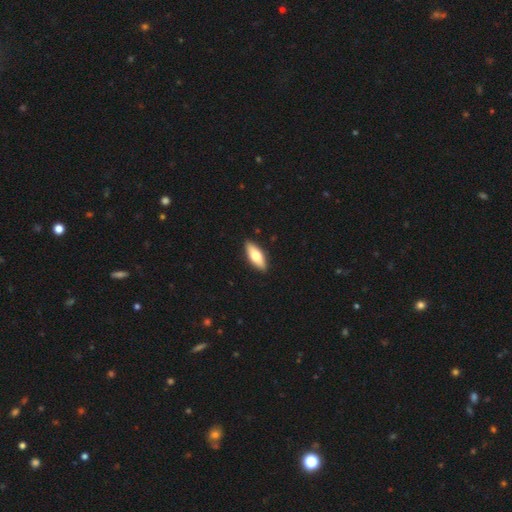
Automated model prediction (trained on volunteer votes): Smooth or featured? Predicted: smooth (p=0.69). How rounded? Predicted: in between (p=0.71). Merging? Predicted: none (p=0.90).